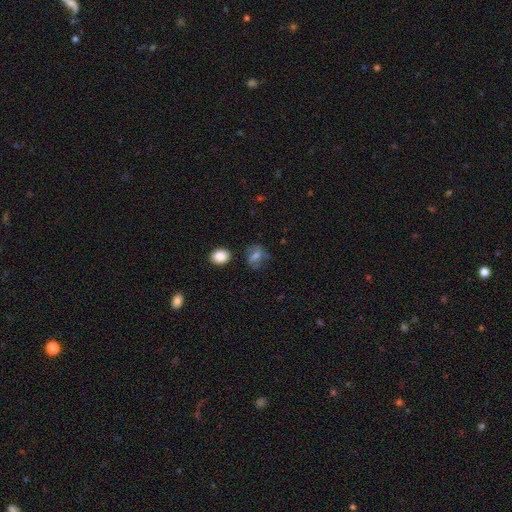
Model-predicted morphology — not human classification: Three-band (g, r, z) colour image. It shows a smooth galaxy with no disk features (60%) that is round (56%). Merging: none (64%).